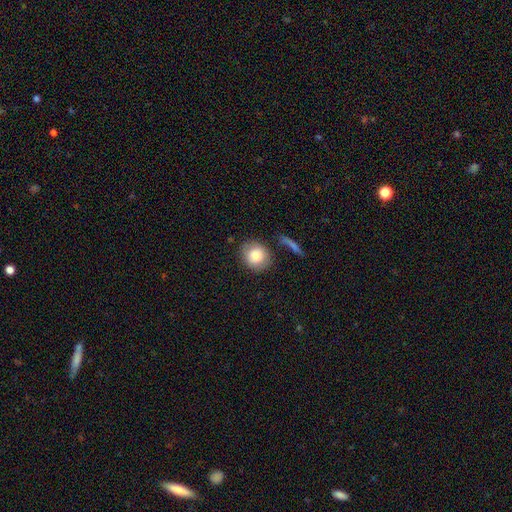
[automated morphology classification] A smooth galaxy with no disk features (78%) that is round (84%).

Vote fractions:
- Smooth or featured? smooth: 78% / featured or disk: 14% / star or artifact: 8%
- How rounded? round: 84% / in between: 15% / cigar-shaped: 1%
- Merging? none: 78% / minor disturbance: 13% / merger: 5% / major disturbance: 4%